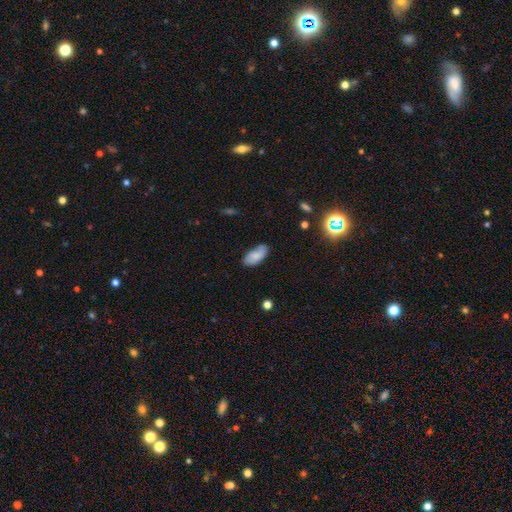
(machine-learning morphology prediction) A smooth galaxy with no disk features (75%) that is in between round and cigar-shaped (92%).

Vote fractions:
- Smooth or featured? smooth: 75% / featured or disk: 17% / star or artifact: 8%
- How rounded? in between: 92% / cigar-shaped: 5% / round: 2%
- Merging? none: 75% / minor disturbance: 20% / major disturbance: 4% / merger: 2%